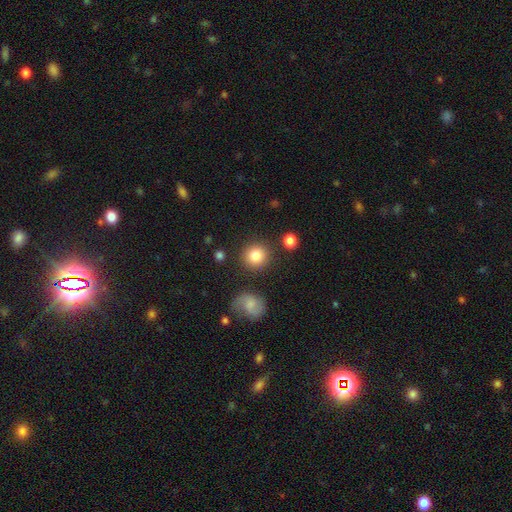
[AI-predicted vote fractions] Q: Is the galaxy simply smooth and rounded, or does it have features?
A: smooth — 82%.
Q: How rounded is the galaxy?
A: round — 91%.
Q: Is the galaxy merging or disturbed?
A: none — 86%.